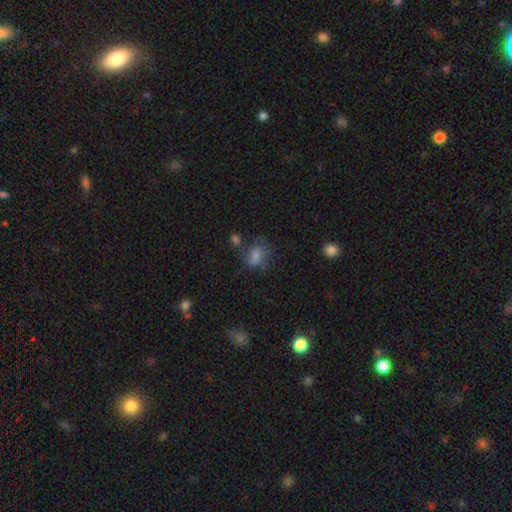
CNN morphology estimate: smooth 67%, star or artifact 17%, featured or disk 16%. Down the decision tree: how rounded — in between (56%); merging — none (51%).